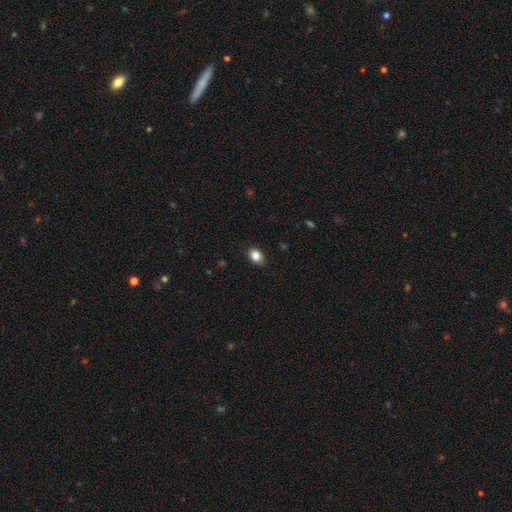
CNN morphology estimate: Smooth or featured?
  - smooth: 86% *
  - star or artifact: 9%
  - featured or disk: 5%
How rounded?
  - in between: 67% *
  - round: 32%
  - cigar-shaped: 1%
Merging?
  - none: 83% *
  - minor disturbance: 14%
  - major disturbance: 2%
  - merger: 1%